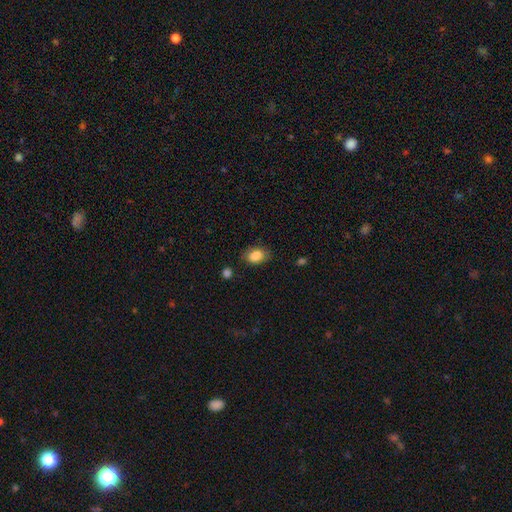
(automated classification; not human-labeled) This is clearly a smooth galaxy (86%). How rounded: likely in between (80%). Merging: clearly none (80%).